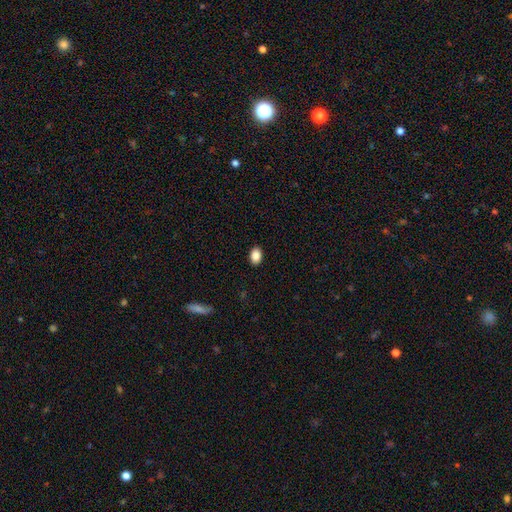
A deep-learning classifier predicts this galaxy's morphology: Smooth or featured? smooth (88%)
How rounded? in between (82%)
Merging? none (90%)